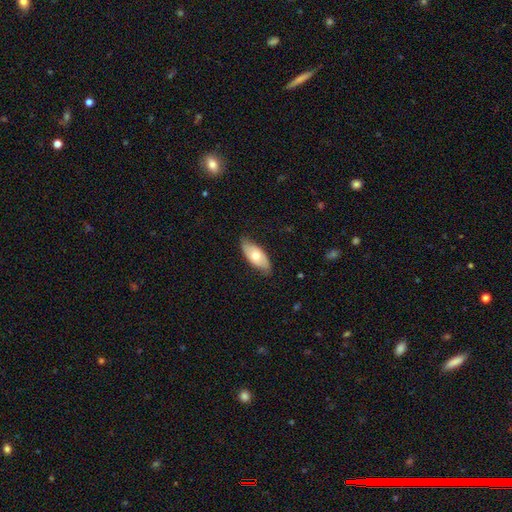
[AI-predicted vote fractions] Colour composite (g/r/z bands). It shows a smooth galaxy with no disk features (61%) that is in between round and cigar-shaped (88%). Merging: none (78%).